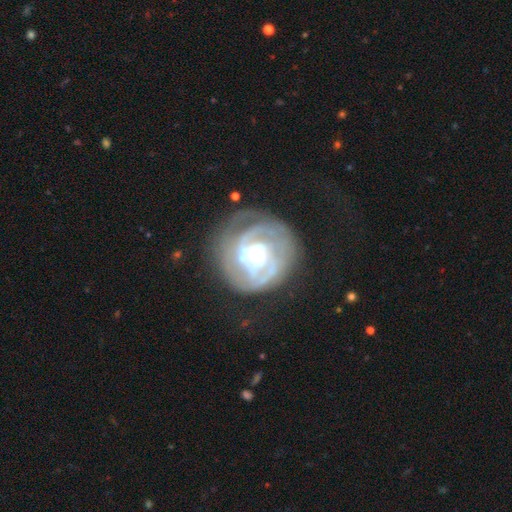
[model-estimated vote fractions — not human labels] The model was most divided on "spiral arm count": 2: 33%, can't tell: 26%, 3: 23%, 4: 7%, 1: 7%, more than 4: 5%. More confident: edge-on disk — no (98%); spiral arms — yes (94%); smooth or featured — featured or disk (85%); merging — none (66%); spiral winding — tight (64%); bar — no (59%); bulge size — small (58%).